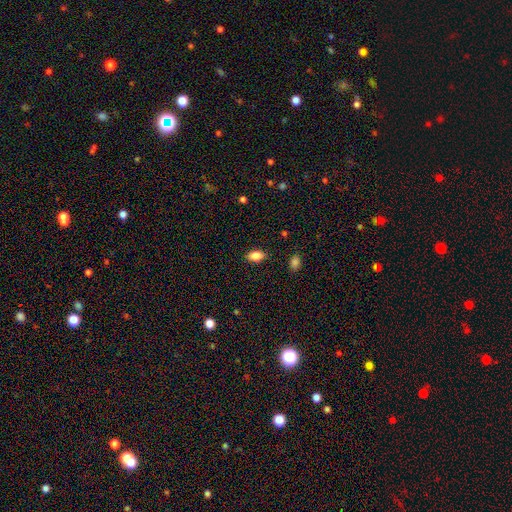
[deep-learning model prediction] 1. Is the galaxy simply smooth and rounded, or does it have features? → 84% smooth, 8% star or artifact, 8% featured or disk.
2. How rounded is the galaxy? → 90% in between, 7% round, 3% cigar-shaped.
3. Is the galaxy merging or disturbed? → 87% none, 10% minor disturbance, 2% major disturbance, 1% merger.